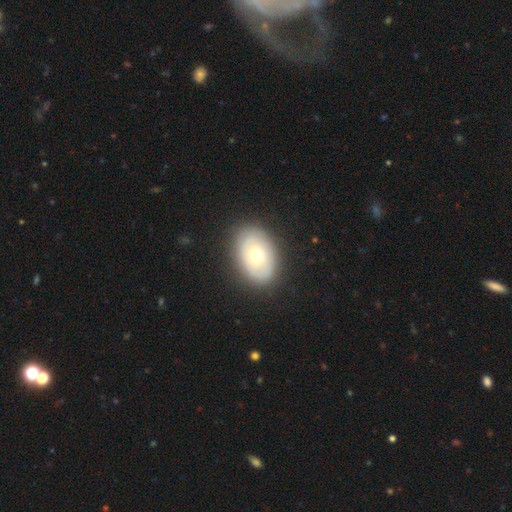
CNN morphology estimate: The model was most divided on "smooth or featured": smooth: 60%, featured or disk: 33%, star or artifact: 7%. More confident: merging — none (86%); how rounded — in between (81%).